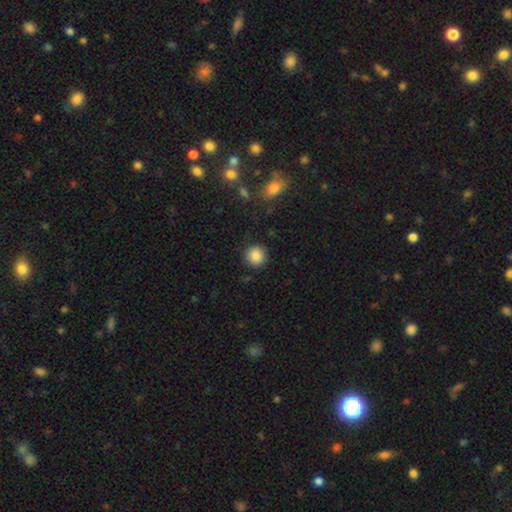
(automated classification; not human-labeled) smooth-or-featured: smooth: 87% | star or artifact: 9% | featured or disk: 4%
  how-rounded: round: 93% | in between: 7% | cigar-shaped: 1%
  merging: none: 89% | minor disturbance: 7% | major disturbance: 2% | merger: 1%